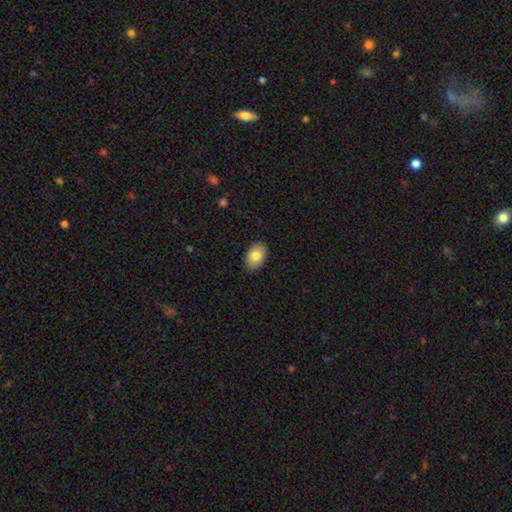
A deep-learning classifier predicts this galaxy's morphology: Q: Smooth or featured?
A: smooth (82%); runner-up: featured or disk (11%)
Q: How rounded?
A: in between (88%); runner-up: round (11%)
Q: Merging?
A: none (89%); runner-up: minor disturbance (9%)